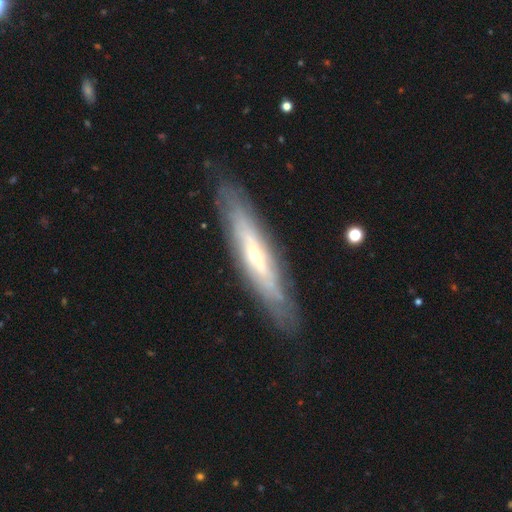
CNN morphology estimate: Q: Smooth or featured?
A: featured or disk (74%); runner-up: smooth (20%)
Q: Edge-on disk?
A: yes (55%); runner-up: no (45%)
Q: Merging?
A: none (82%); runner-up: minor disturbance (12%)